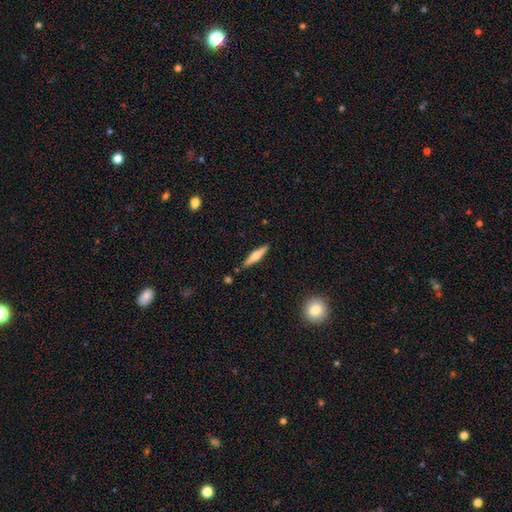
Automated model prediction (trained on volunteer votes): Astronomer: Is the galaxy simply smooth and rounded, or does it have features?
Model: featured or disk — 52% (runner-up: smooth, 42%).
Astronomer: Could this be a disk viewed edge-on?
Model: yes — 96%.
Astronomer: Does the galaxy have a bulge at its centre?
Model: rounded — 81%.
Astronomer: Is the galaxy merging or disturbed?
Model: none — 87%.